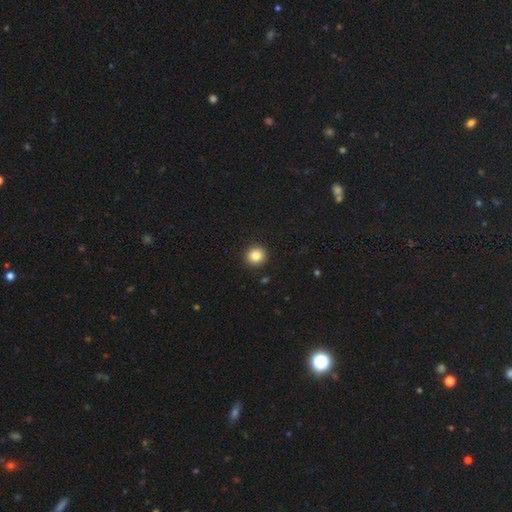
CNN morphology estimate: smooth 85%, star or artifact 10%, featured or disk 5%. Down the decision tree: how rounded — round (91%); merging — none (92%).